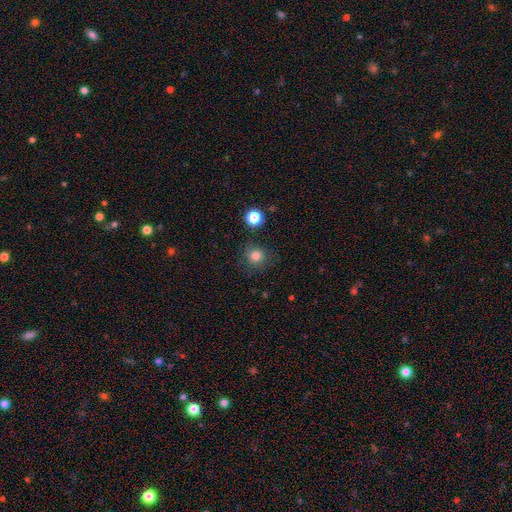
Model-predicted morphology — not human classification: This appears to be a smooth galaxy with no disk features (82%) that is round (91%). Merging: none (83%).